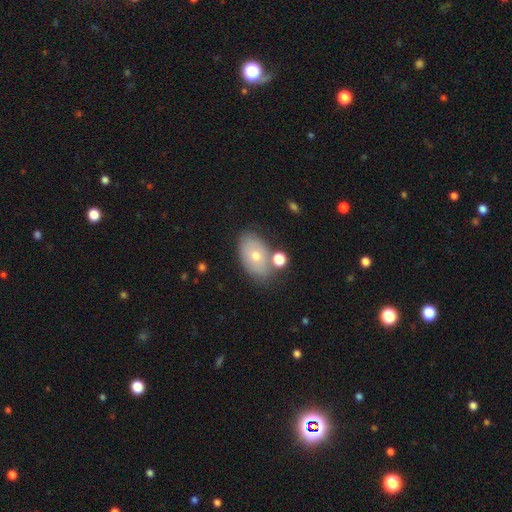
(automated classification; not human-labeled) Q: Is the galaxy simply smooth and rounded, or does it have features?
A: smooth — 62%.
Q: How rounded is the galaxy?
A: in between — 86%.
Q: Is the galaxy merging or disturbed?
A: none — 70%.